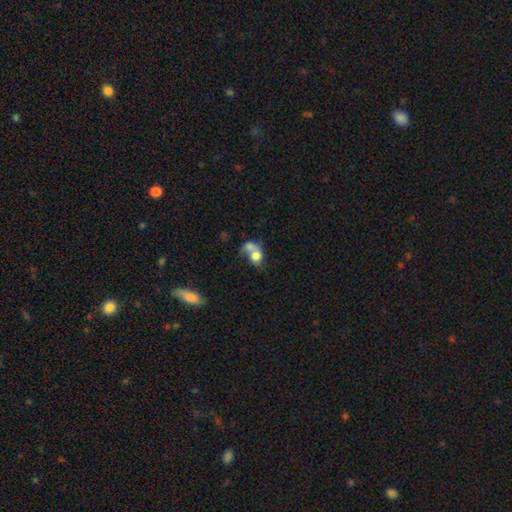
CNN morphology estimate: This is likely a smooth galaxy (69%). How rounded: possibly round (50%). Merging: likely merger (67%).